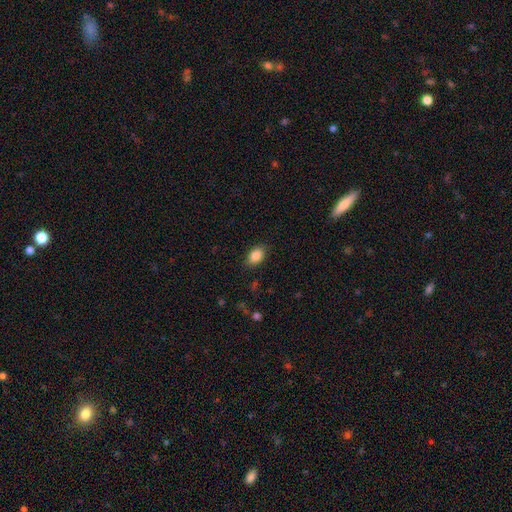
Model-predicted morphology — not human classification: Smooth or featured: smooth — 87% (star or artifact — 8%)
How rounded: in between — 87% (round — 11%)
Merging: none — 86% (minor disturbance — 11%)